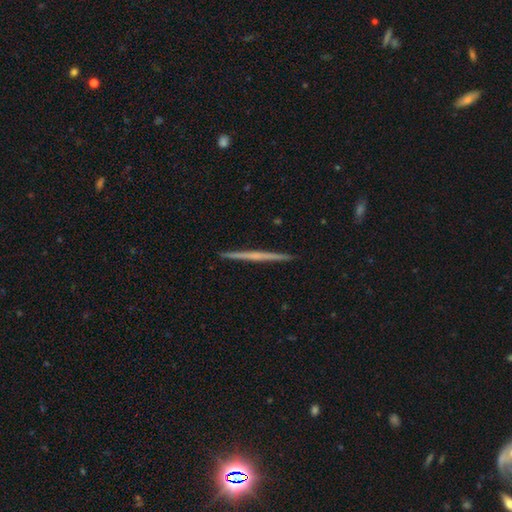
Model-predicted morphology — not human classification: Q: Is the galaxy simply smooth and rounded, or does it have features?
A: featured or disk — 64%.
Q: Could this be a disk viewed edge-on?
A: yes — 98%.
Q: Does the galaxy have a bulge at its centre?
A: none — 74%.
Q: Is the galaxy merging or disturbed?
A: none — 94%.